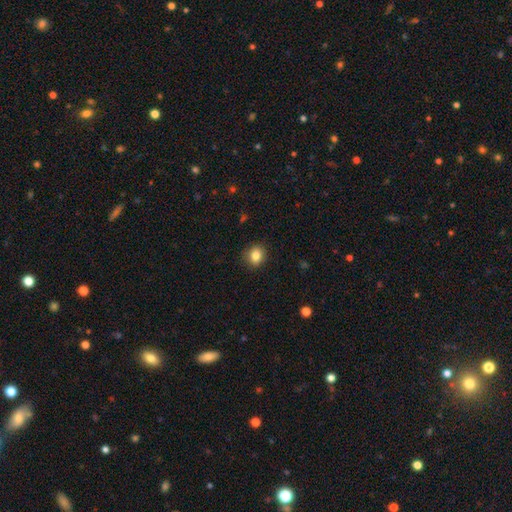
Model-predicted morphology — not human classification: This is clearly a smooth galaxy (84%). How rounded: likely round (70%). Merging: clearly none (87%).